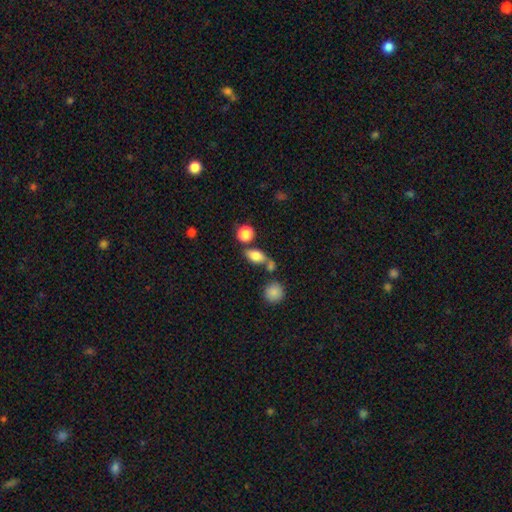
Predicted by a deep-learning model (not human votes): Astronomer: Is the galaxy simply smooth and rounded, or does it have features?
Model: smooth — 78%.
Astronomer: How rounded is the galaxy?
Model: in between — 79%.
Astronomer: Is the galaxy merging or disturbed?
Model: none — 58%.